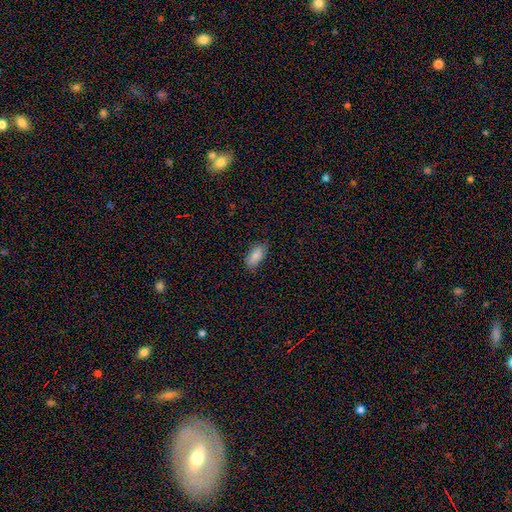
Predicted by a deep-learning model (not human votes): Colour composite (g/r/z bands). It shows a smooth galaxy with no disk features (85%) that is in between round and cigar-shaped (88%). Merging: none (80%).